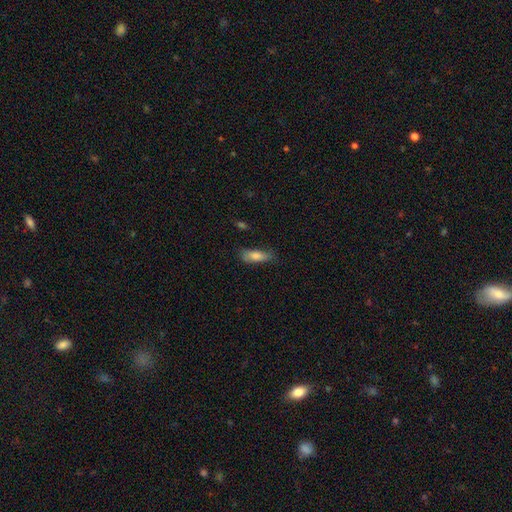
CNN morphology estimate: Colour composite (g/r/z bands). It shows a smooth galaxy with no disk features (76%) that is in between round and cigar-shaped (58%). Merging: none (66%).